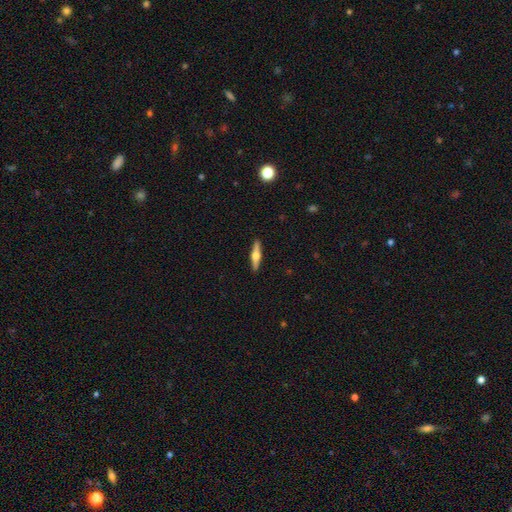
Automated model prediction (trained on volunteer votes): Q: Smooth or featured?
A: featured or disk (61%); runner-up: smooth (33%)
Q: Edge-on disk?
A: yes (96%); runner-up: no (4%)
Q: Edge-on bulge?
A: rounded (94%); runner-up: boxy (3%)
Q: Merging?
A: none (91%); runner-up: minor disturbance (6%)